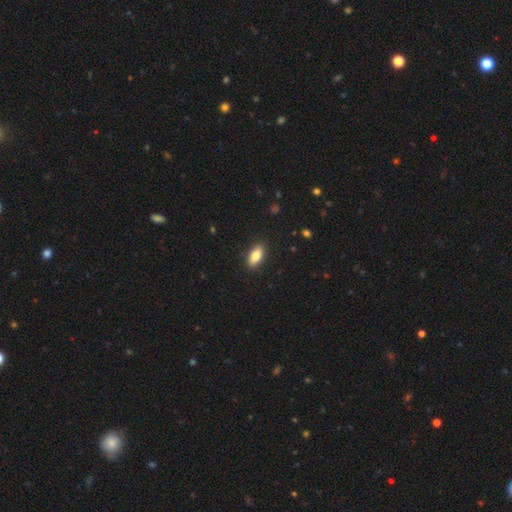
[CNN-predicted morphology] Smooth or featured? Predicted: smooth (p=0.85). How rounded? Predicted: in between (p=0.86). Merging? Predicted: none (p=0.89).